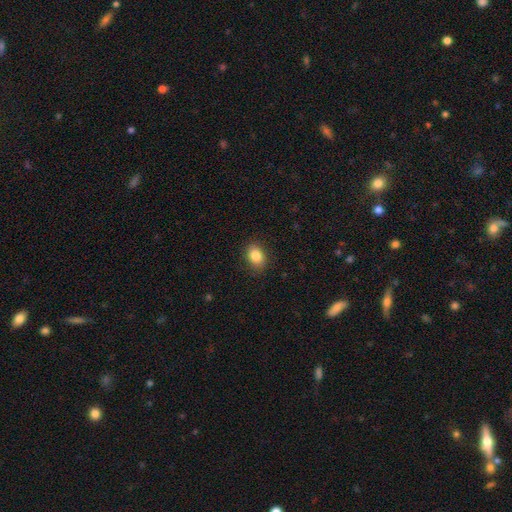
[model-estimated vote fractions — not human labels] Smooth or featured? Predicted: smooth (p=0.85). How rounded? Predicted: in between (p=0.67). Merging? Predicted: none (p=0.86).